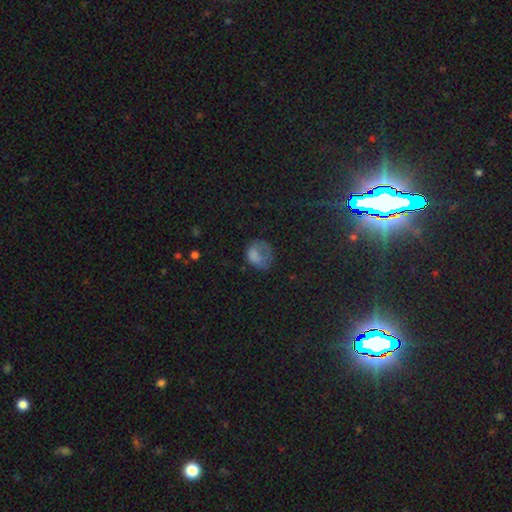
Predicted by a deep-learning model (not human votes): Smooth or featured?
  - smooth: 71% *
  - featured or disk: 15%
  - star or artifact: 14%
How rounded?
  - in between: 51% *
  - round: 47%
  - cigar-shaped: 1%
Merging?
  - none: 37% *
  - major disturbance: 32%
  - minor disturbance: 28%
  - merger: 3%